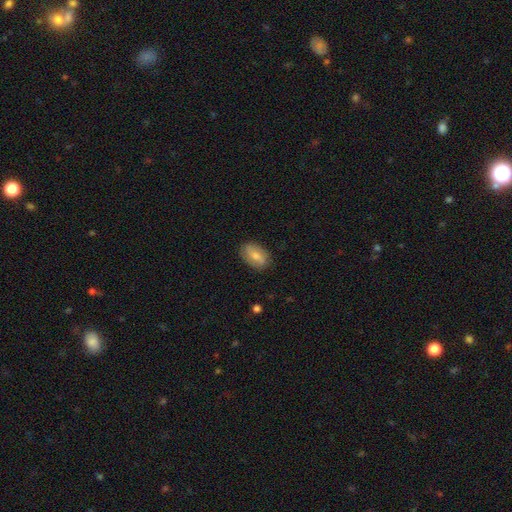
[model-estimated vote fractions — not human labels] Smooth or featured: smooth — 68% (featured or disk — 25%)
How rounded: in between — 90% (round — 7%)
Merging: none — 83% (minor disturbance — 13%)